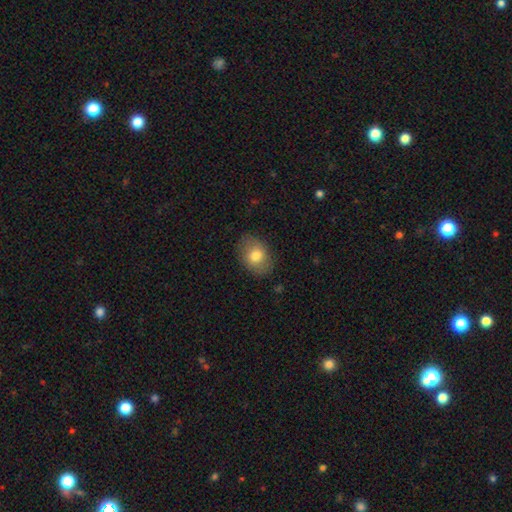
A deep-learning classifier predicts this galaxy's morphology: This appears to be a smooth galaxy with no disk features (78%) that is in between round and cigar-shaped (69%). Merging: none (83%).